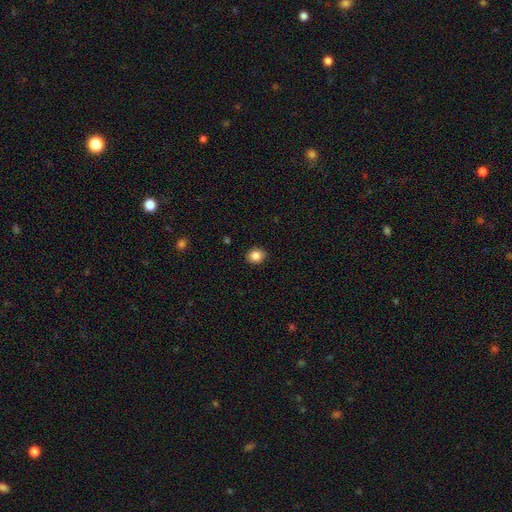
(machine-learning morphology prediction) smooth 86%, star or artifact 9%, featured or disk 5%. Down the decision tree: how rounded — round (64%); merging — none (90%).